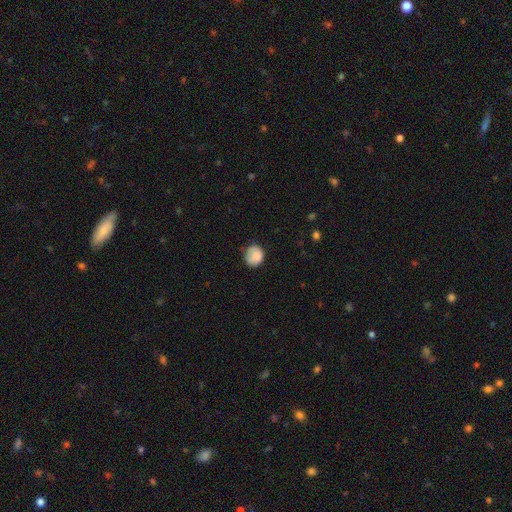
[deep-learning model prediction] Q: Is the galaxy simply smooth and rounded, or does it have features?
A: smooth — 82%.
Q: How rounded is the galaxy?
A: round — 76%.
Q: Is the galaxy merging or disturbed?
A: none — 66%.